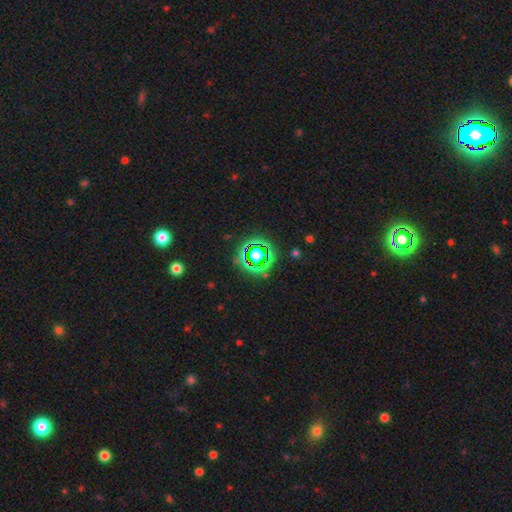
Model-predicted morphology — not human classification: smooth_or_featured: star or artifact (p=0.67) [alt: smooth p=0.22]